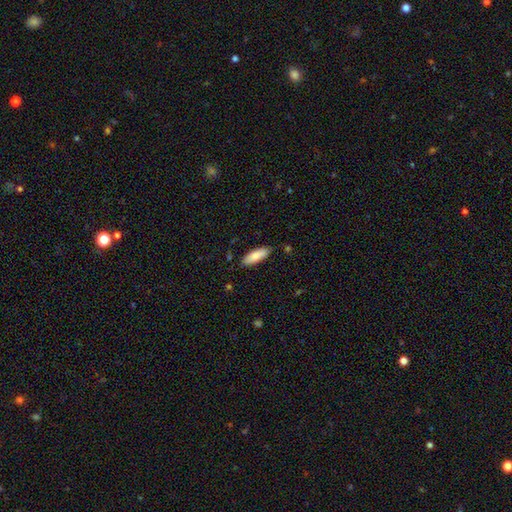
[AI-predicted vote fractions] smooth-or-featured: smooth: 80% | featured or disk: 14% | star or artifact: 6%
  how-rounded: in between: 62% | cigar-shaped: 37% | round: 2%
  merging: none: 85% | minor disturbance: 11% | major disturbance: 2% | merger: 1%